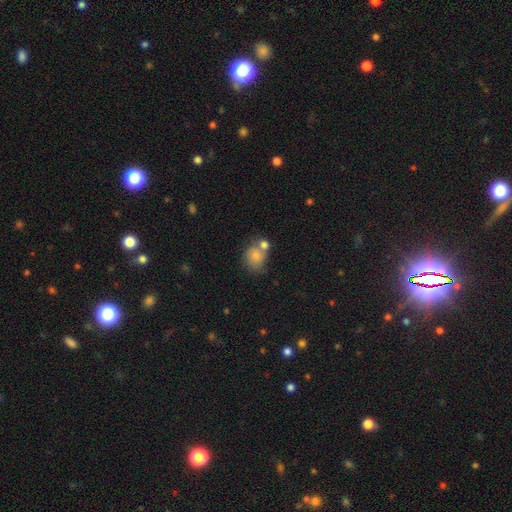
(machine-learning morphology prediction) A smooth galaxy with no disk features (75%) that is round (62%). Merging: merger (39%).